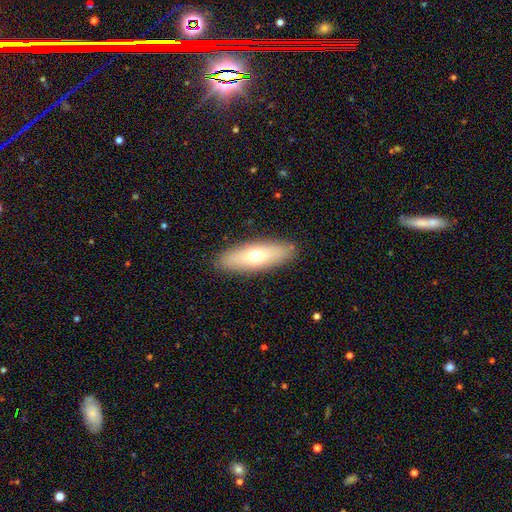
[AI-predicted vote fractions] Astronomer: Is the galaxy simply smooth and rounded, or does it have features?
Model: smooth — 64%.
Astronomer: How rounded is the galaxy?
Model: in between — 58% (runner-up: cigar-shaped, 40%).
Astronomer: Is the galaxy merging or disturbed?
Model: none — 88%.